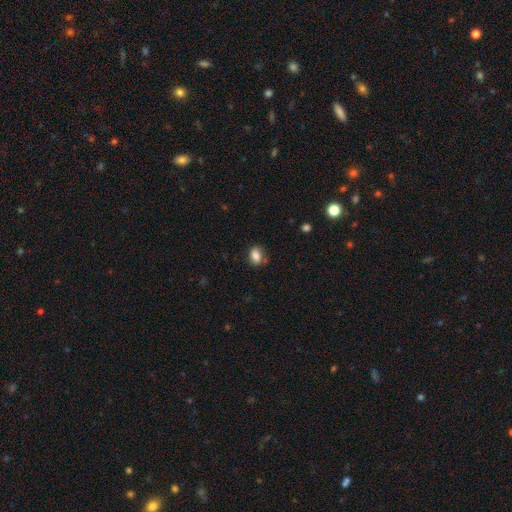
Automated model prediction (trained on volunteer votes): The model was most divided on "how rounded": in between: 72%, round: 27%, cigar-shaped: 1%. More confident: smooth or featured — smooth (82%); merging — none (75%).